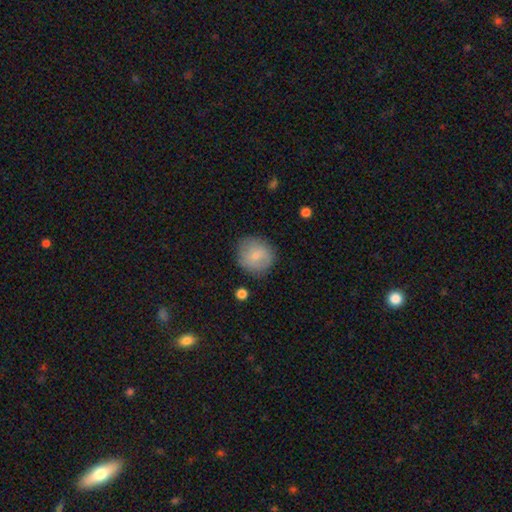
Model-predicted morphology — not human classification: This appears to be a smooth galaxy with no disk features (73%) that is round (90%). Merging: none (80%).